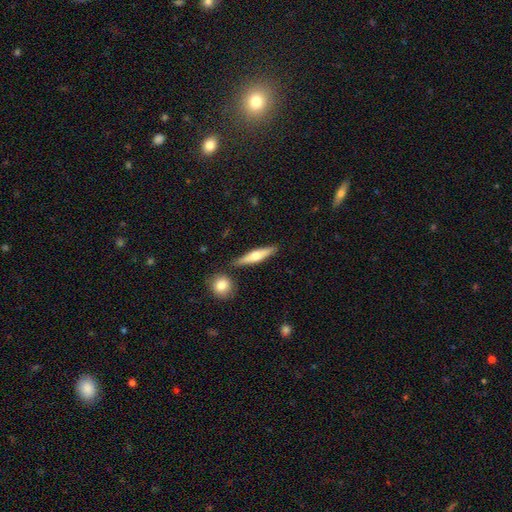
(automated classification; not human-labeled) A featured or disk galaxy (49%).

Vote fractions:
- Smooth or featured? featured or disk: 49% / smooth: 46% / star or artifact: 6%
- Merging? none: 84% / minor disturbance: 9% / merger: 5% / major disturbance: 2%